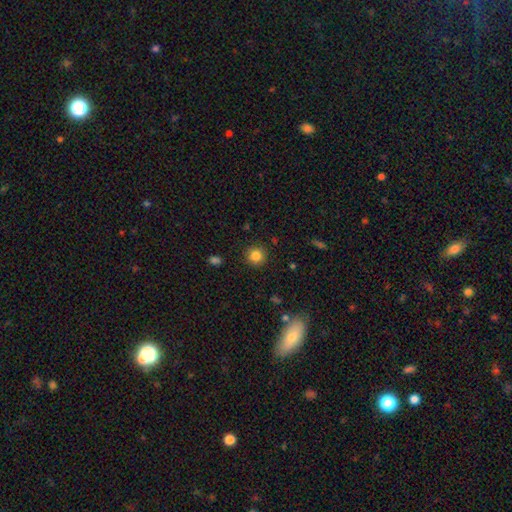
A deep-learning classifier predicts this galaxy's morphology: smooth-or-featured: smooth: 83% | star or artifact: 11% | featured or disk: 5%
  how-rounded: round: 93% | in between: 6% | cigar-shaped: 1%
  merging: none: 91% | minor disturbance: 6% | major disturbance: 2% | merger: 1%